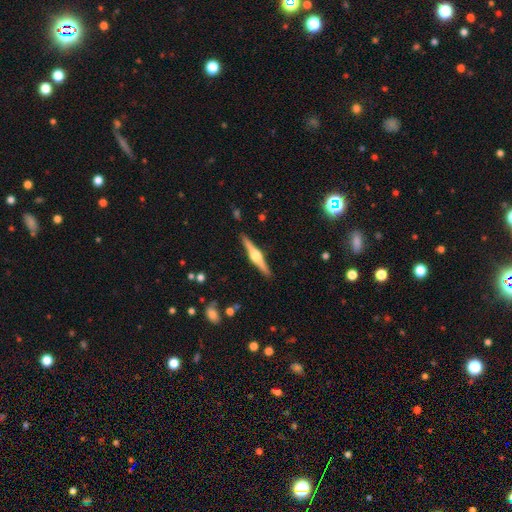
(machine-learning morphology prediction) featured or disk 80%, smooth 15%, star or artifact 5%. Down the decision tree: edge-on disk — yes (98%); edge-on bulge — rounded (93%); merging — none (91%).